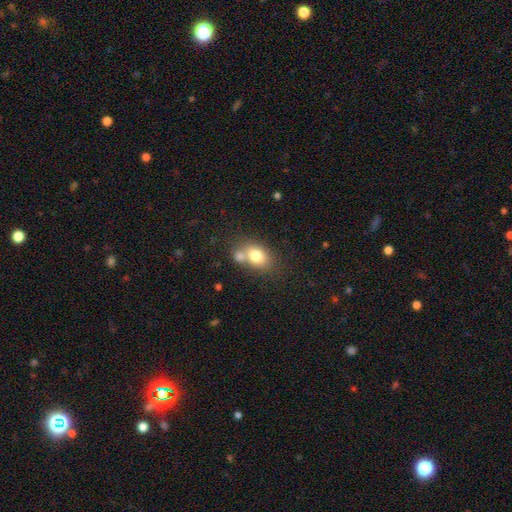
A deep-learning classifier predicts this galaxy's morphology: smooth_or_featured: smooth (p=0.76) [alt: featured or disk p=0.14]
how_rounded: in between (p=0.68) [alt: round p=0.30]
merging: none (p=0.43) [alt: merger p=0.40]